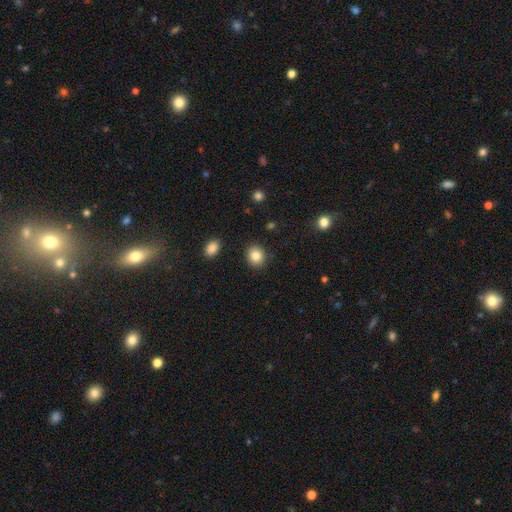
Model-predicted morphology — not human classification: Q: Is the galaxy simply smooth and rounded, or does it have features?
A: smooth — 85%.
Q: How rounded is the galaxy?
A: round — 72%.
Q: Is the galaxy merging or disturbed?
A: none — 89%.